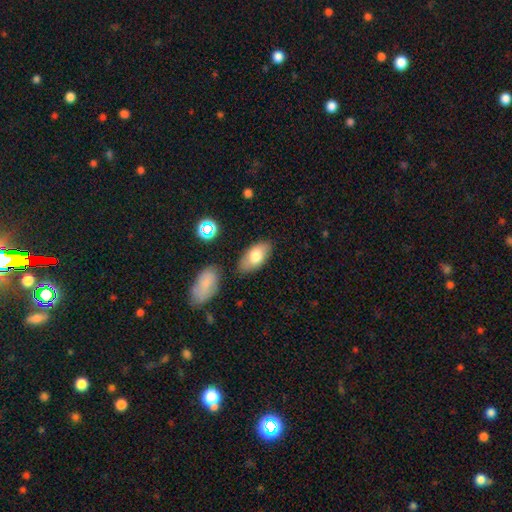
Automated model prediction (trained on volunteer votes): smooth-or-featured: smooth: 75% | featured or disk: 18% | star or artifact: 7%
  how-rounded: in between: 93% | round: 4% | cigar-shaped: 4%
  merging: none: 80% | minor disturbance: 13% | merger: 4% | major disturbance: 3%